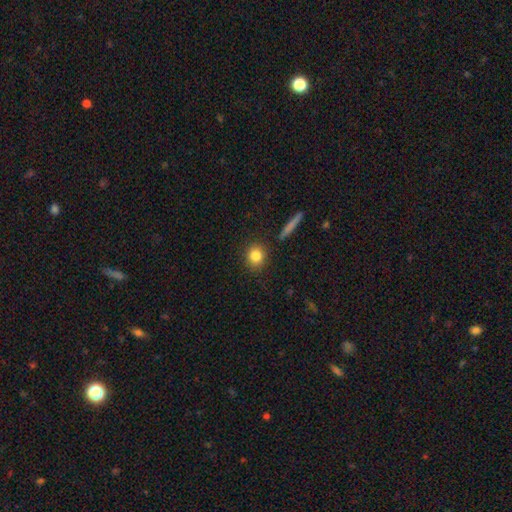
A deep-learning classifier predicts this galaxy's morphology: Overall: smooth (83%). How rounded: round (81%). Merging: none (87%).